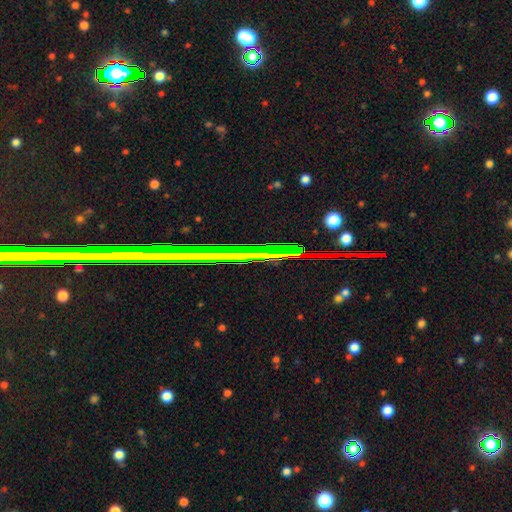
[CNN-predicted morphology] The model was most divided on "smooth or featured": star or artifact: 65%, featured or disk: 23%, smooth: 12%.